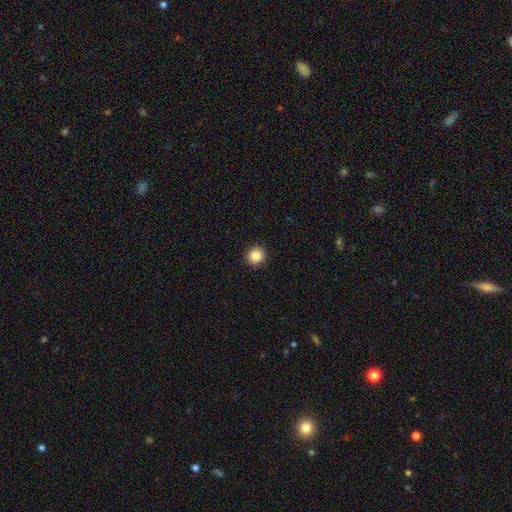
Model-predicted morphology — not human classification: Smooth or featured: smooth — 86% (star or artifact — 10%)
How rounded: round — 94% (in between — 5%)
Merging: none — 93% (minor disturbance — 5%)